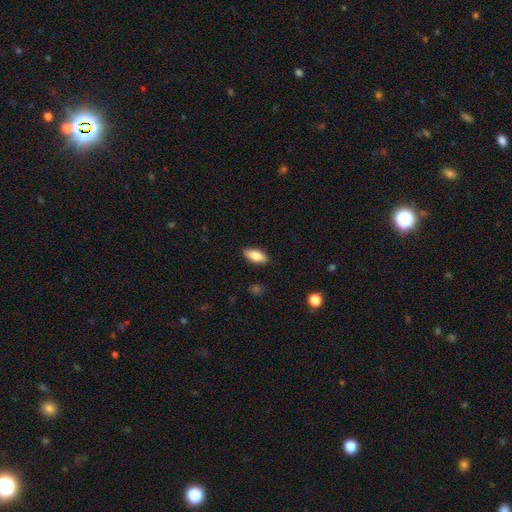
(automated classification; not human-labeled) A smooth galaxy with no disk features (79%) that is in between round and cigar-shaped (83%). Merging: none (89%).